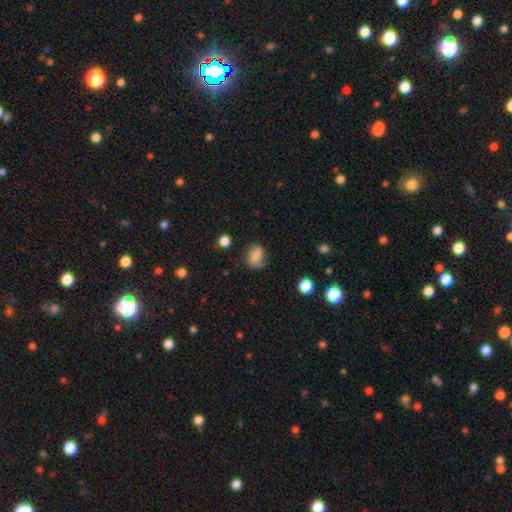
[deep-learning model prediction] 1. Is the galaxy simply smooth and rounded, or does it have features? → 72% smooth, 18% featured or disk, 10% star or artifact.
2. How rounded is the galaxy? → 61% in between, 37% round, 1% cigar-shaped.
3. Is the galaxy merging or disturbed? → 46% none, 30% minor disturbance, 22% major disturbance, 3% merger.